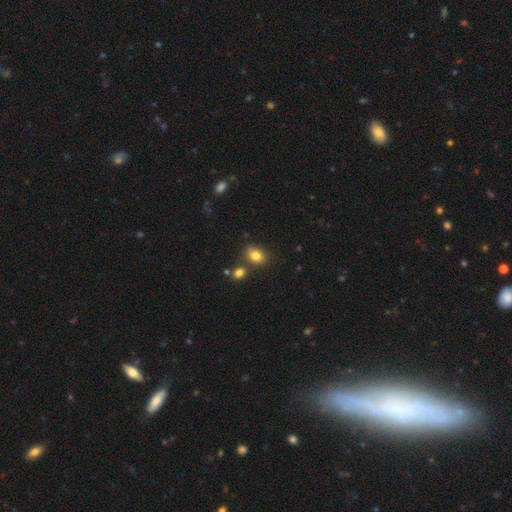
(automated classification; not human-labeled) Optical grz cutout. It shows a smooth galaxy with no disk features (82%) that is in between round and cigar-shaped (69%). Merging: none (67%).